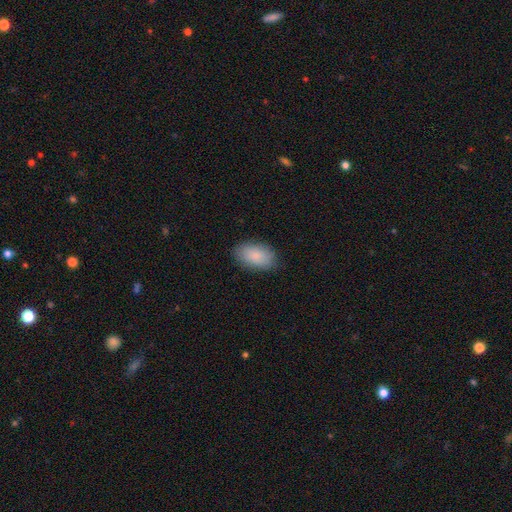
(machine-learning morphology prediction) Smooth or featured?
  - smooth: 88% *
  - star or artifact: 6%
  - featured or disk: 6%
How rounded?
  - in between: 94% *
  - round: 4%
  - cigar-shaped: 2%
Merging?
  - none: 86% *
  - minor disturbance: 10%
  - major disturbance: 2%
  - merger: 1%